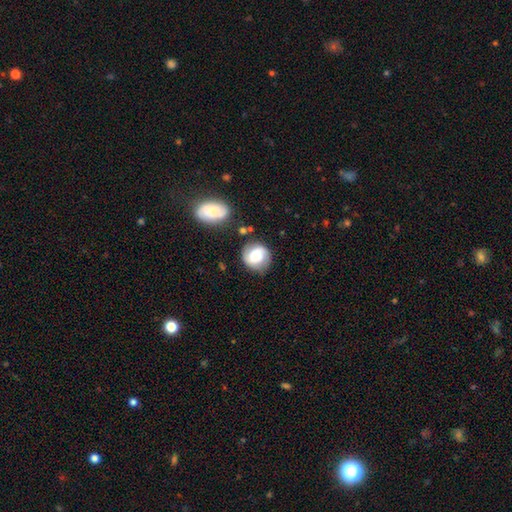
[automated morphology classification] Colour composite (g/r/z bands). It shows a smooth galaxy with no disk features (54%) that is round (82%). Merging: none (69%).